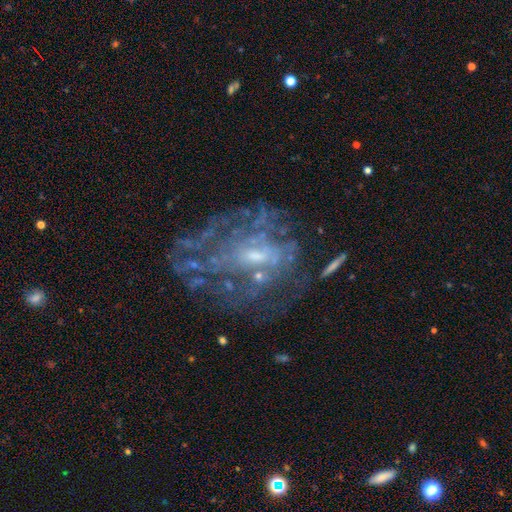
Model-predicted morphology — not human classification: Smooth or featured: featured or disk — 74% (smooth — 13%)
Edge-on disk: no — 96% (yes — 4%)
Bar: no — 66% (weak — 28%)
Spiral arms: no — 56% (yes — 44%)
Bulge size: small — 51% (moderate — 33%)
Merging: none — 50% (major disturbance — 26%)